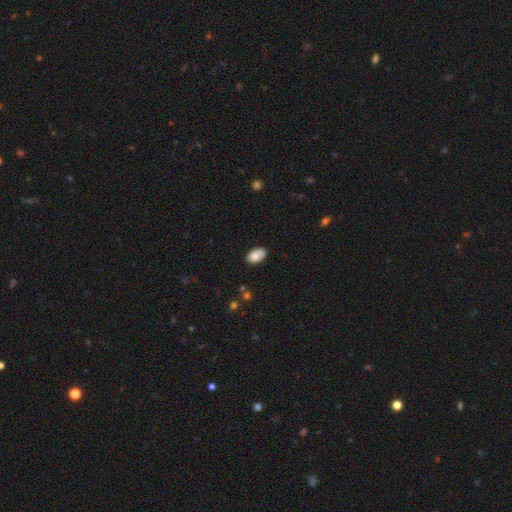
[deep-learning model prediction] smooth 78%, featured or disk 15%, star or artifact 8%. Down the decision tree: how rounded — in between (92%); merging — none (73%).